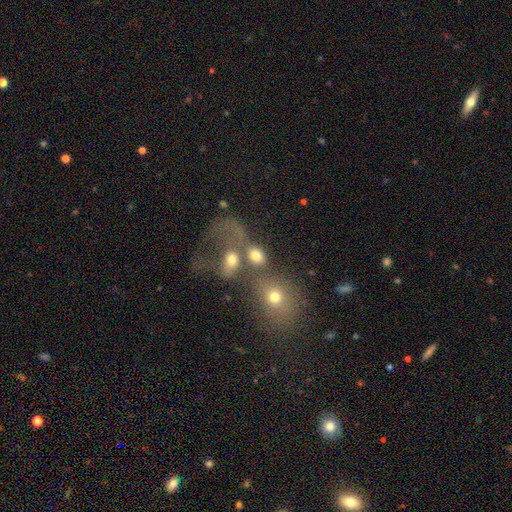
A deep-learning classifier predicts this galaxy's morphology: A smooth galaxy with no disk features (66%) that is in between round and cigar-shaped (63%).

Vote fractions:
- Smooth or featured? smooth: 66% / featured or disk: 20% / star or artifact: 14%
- How rounded? in between: 63% / round: 34% / cigar-shaped: 2%
- Merging? merger: 51% / none: 23% / major disturbance: 16% / minor disturbance: 9%